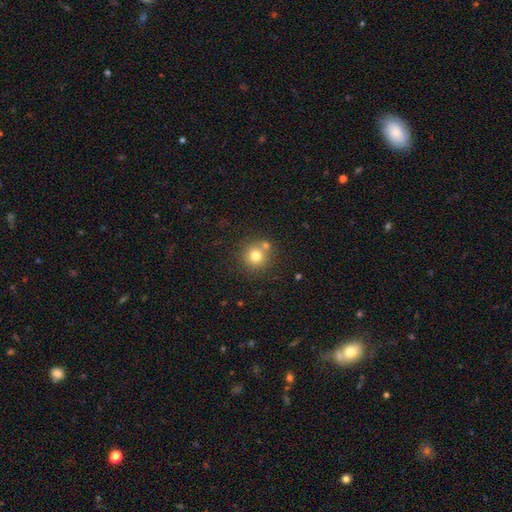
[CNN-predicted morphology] Smooth or featured? smooth (76%)
How rounded? round (92%)
Merging? none (69%)